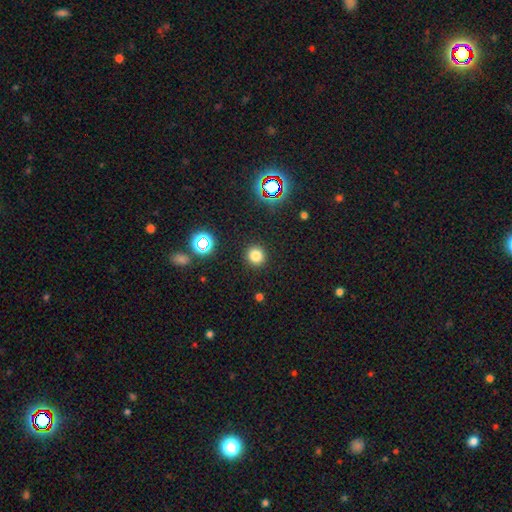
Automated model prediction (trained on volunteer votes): Morphology: type=smooth (76%); roundness=round (93%); merging=none (91%).